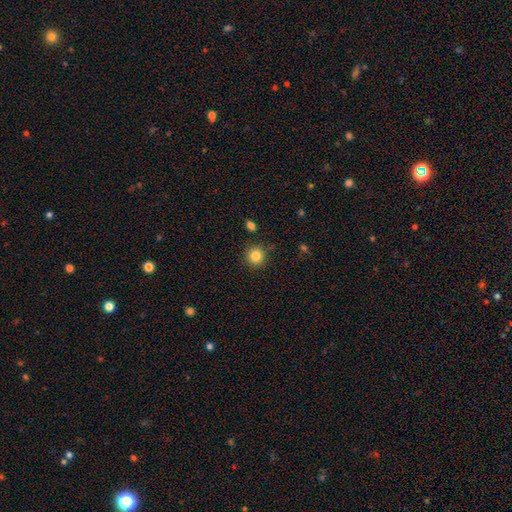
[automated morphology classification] This is clearly a smooth galaxy (84%). How rounded: clearly round (92%). Merging: clearly none (87%).